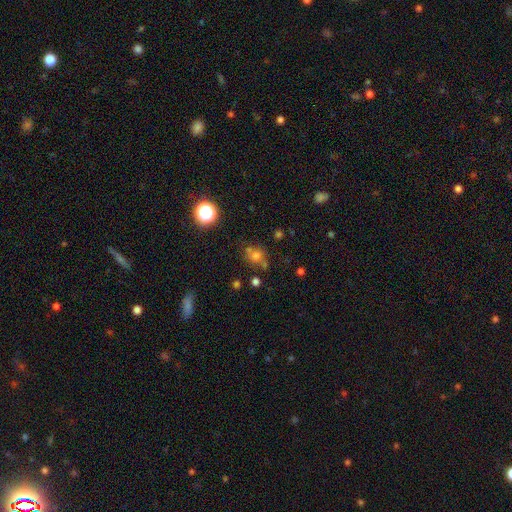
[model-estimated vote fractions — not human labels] Q: Smooth or featured?
A: smooth (61%); runner-up: star or artifact (24%)
Q: How rounded?
A: round (72%); runner-up: in between (27%)
Q: Merging?
A: none (60%); runner-up: merger (17%)